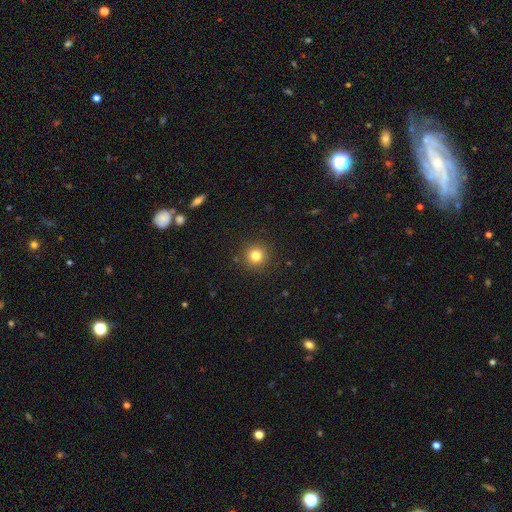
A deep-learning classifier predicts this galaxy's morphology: Smooth or featured: smooth — 81% (star or artifact — 13%)
How rounded: round — 95% (in between — 4%)
Merging: none — 91% (minor disturbance — 6%)